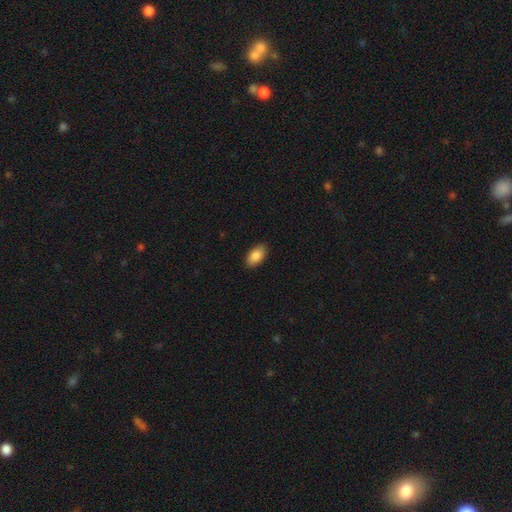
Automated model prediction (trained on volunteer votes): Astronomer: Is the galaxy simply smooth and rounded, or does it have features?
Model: smooth — 88%.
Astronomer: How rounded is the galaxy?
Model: in between — 94%.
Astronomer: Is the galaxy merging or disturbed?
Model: none — 88%.